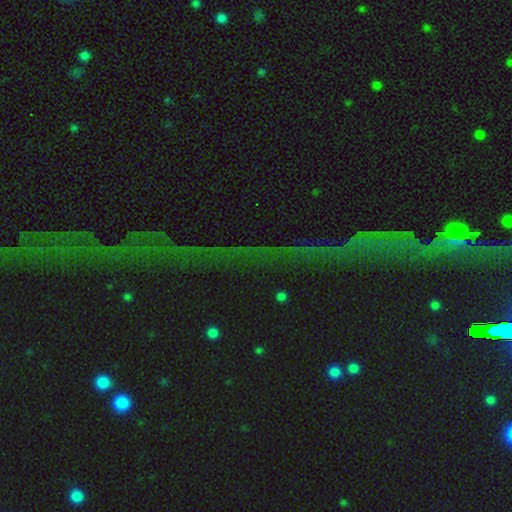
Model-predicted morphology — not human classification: Q: Smooth or featured?
A: star or artifact (75%); runner-up: featured or disk (15%)